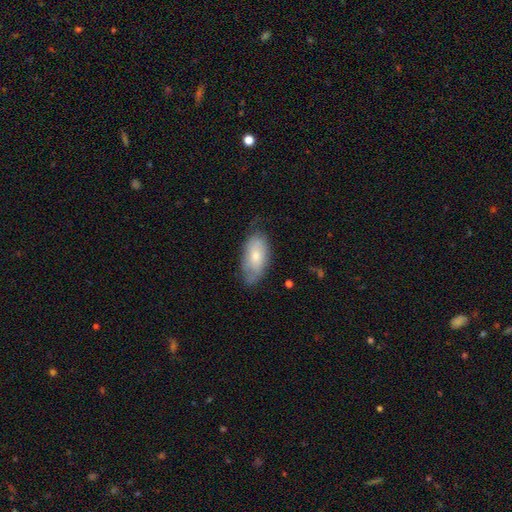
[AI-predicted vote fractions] Q: Smooth or featured?
A: smooth (65%); runner-up: featured or disk (29%)
Q: How rounded?
A: in between (92%); runner-up: cigar-shaped (5%)
Q: Merging?
A: none (61%); runner-up: minor disturbance (30%)